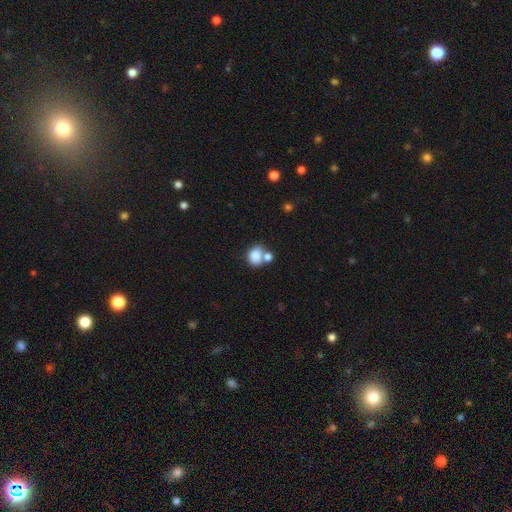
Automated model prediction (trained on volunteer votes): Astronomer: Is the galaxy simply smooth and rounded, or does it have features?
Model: smooth — 82%.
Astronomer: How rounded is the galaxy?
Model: round — 53% (runner-up: in between, 46%).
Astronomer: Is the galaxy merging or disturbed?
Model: merger — 43% (runner-up: none, 41%).